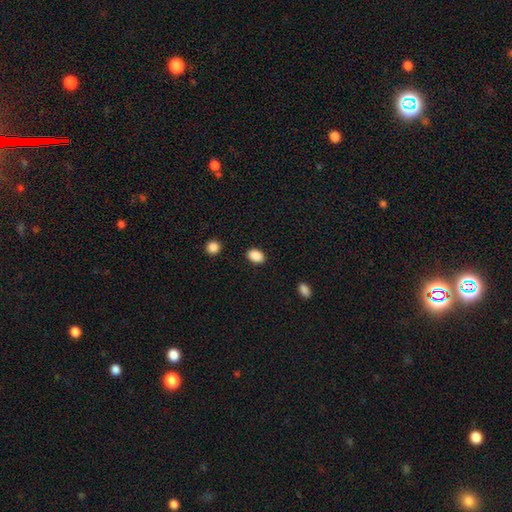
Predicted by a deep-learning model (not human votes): smooth 89%, star or artifact 8%, featured or disk 3%. Down the decision tree: how rounded — in between (85%); merging — none (88%).